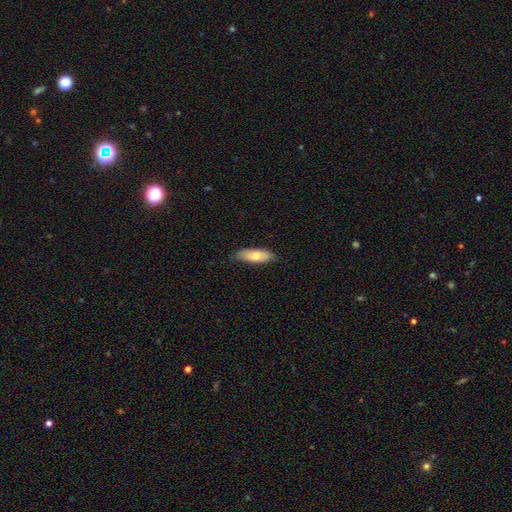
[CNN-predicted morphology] Smooth or featured: smooth — 70% (featured or disk — 24%)
How rounded: in between — 52% (cigar-shaped — 46%)
Merging: none — 85% (minor disturbance — 12%)